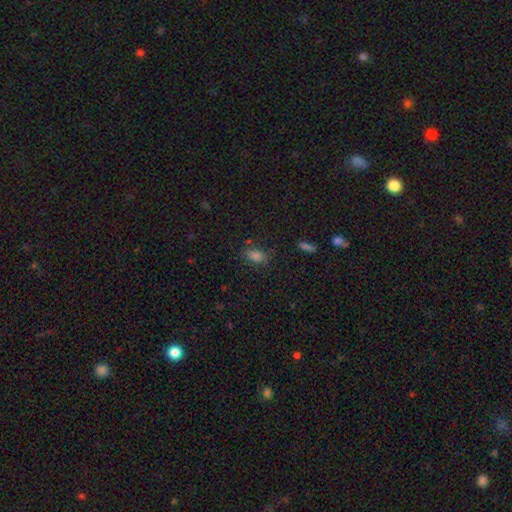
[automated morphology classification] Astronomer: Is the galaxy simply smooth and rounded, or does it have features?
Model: smooth — 79%.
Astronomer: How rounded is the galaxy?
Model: in between — 85%.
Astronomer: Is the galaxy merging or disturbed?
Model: none — 78%.